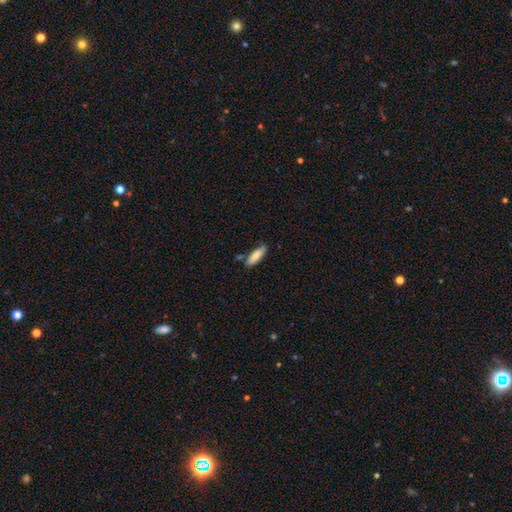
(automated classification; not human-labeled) A smooth galaxy with no disk features (79%) that is in between round and cigar-shaped (53%). Merging: none (74%).